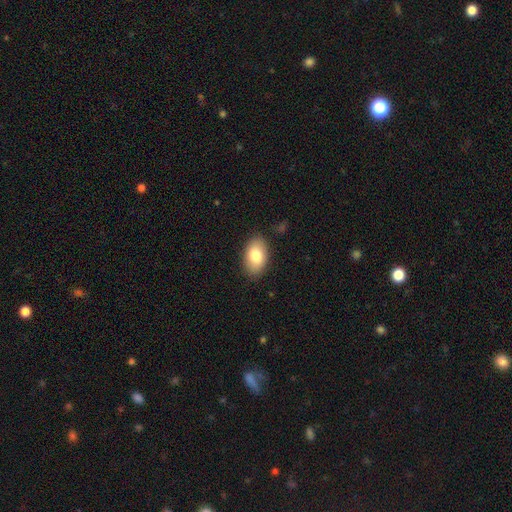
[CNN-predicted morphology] A smooth galaxy with no disk features (82%) that is in between round and cigar-shaped (93%).

Vote fractions:
- Smooth or featured? smooth: 82% / featured or disk: 11% / star or artifact: 7%
- How rounded? in between: 93% / round: 6% / cigar-shaped: 1%
- Merging? none: 86% / minor disturbance: 11% / major disturbance: 2% / merger: 1%